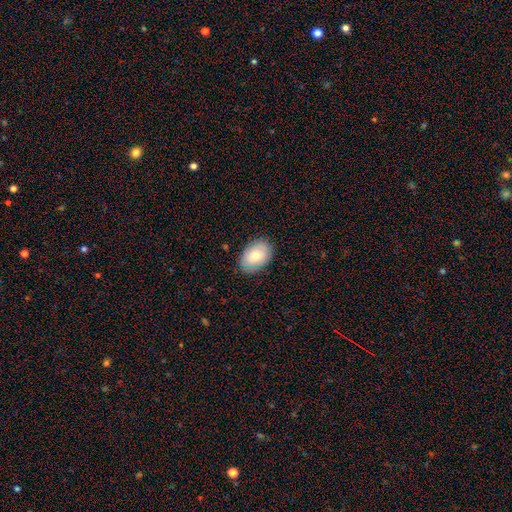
Smooth or featured: smooth — 74% (featured or disk — 21%)
How rounded: in between — 86% (round — 14%)
Merging: none — 78% (minor disturbance — 17%)